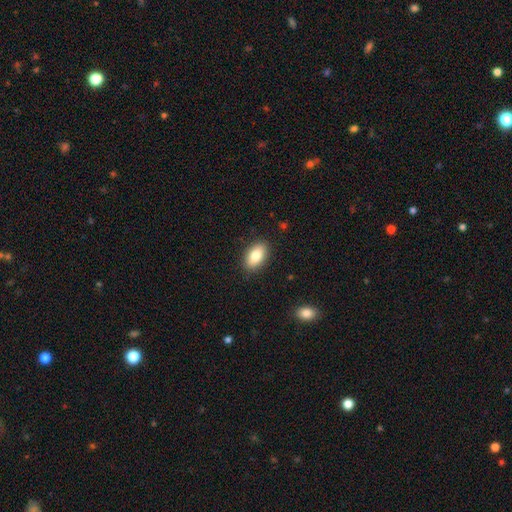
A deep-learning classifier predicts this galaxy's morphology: smooth 82%, featured or disk 11%, star or artifact 7%. Down the decision tree: how rounded — in between (92%); merging — none (88%).